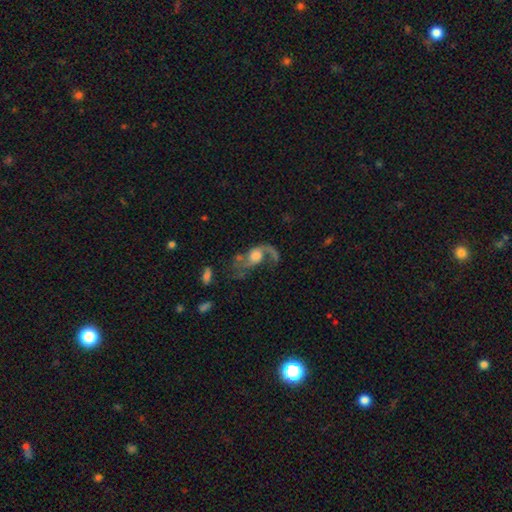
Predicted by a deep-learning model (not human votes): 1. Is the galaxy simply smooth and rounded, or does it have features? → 70% featured or disk, 21% smooth, 9% star or artifact.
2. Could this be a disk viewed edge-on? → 96% no, 4% yes.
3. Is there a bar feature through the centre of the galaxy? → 72% no, 24% weak, 5% strong.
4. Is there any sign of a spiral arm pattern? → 84% yes, 16% no.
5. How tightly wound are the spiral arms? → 76% loose, 19% medium, 5% tight.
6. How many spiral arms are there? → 46% 1 (tied), 46% 2 (tied), 4% can't tell, 2% 3, 1% 4, 1% more than 4.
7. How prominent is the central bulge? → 38% large, 28% moderate, 13% none, 13% small, 7% dominant.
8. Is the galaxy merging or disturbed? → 46% major disturbance, 28% none, 15% minor disturbance, 11% merger.